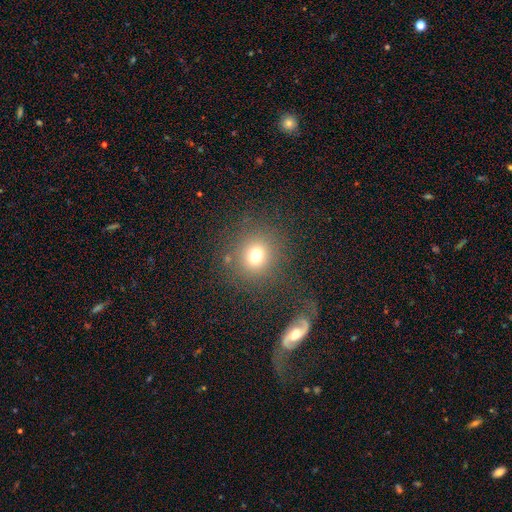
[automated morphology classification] Overall: smooth (73%). How rounded: round (86%). Merging: none (82%).